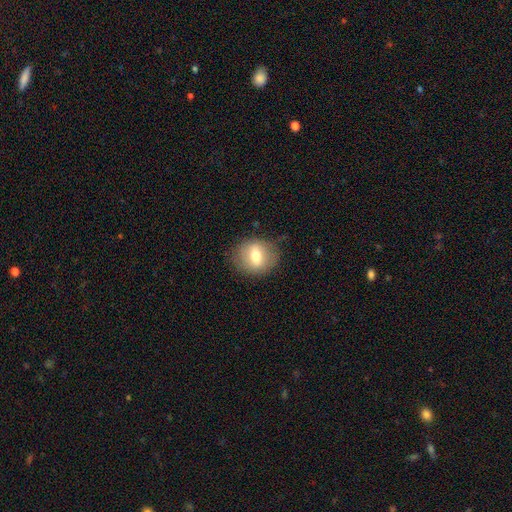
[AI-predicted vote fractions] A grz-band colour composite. It shows a smooth galaxy with no disk features (63%) that is round (61%). Merging: none (81%).